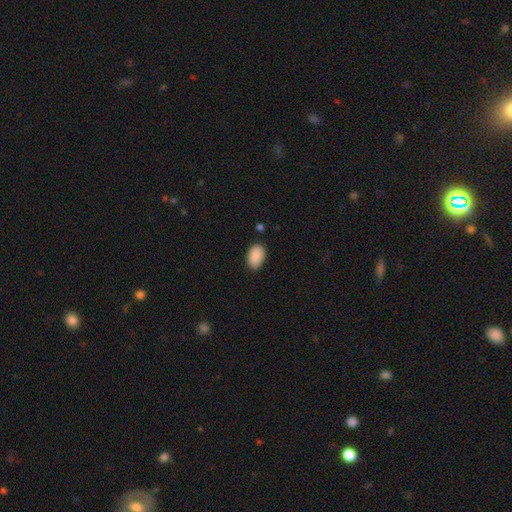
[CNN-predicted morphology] Smooth or featured: smooth — 90% (star or artifact — 7%)
How rounded: in between — 92% (round — 6%)
Merging: none — 84% (minor disturbance — 12%)